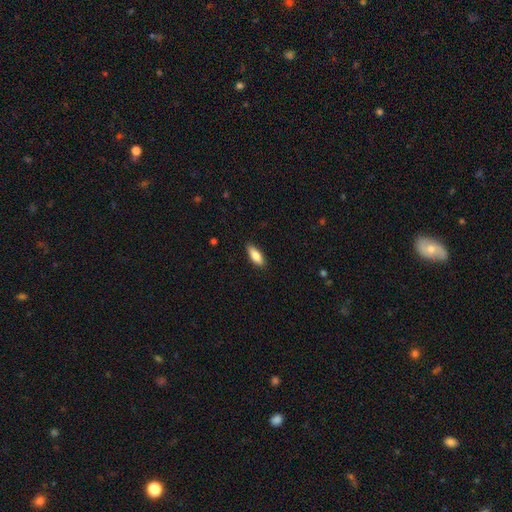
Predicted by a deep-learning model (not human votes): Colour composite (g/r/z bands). It shows a smooth galaxy with no disk features (82%) that is in between round and cigar-shaped (72%). Merging: none (88%).